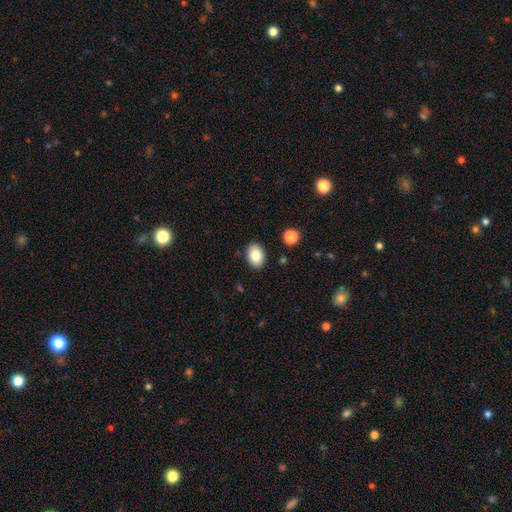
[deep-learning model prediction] smooth_or_featured: smooth (p=0.84) [alt: star or artifact p=0.08]
how_rounded: in between (p=0.82) [alt: round p=0.17]
merging: none (p=0.88) [alt: minor disturbance p=0.08]